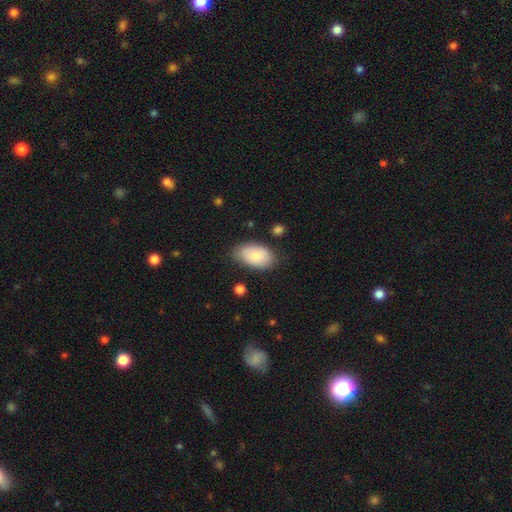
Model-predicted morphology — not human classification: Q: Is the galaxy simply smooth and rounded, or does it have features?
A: smooth — 80%.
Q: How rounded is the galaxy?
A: in between — 93%.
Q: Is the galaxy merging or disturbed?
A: none — 76%.